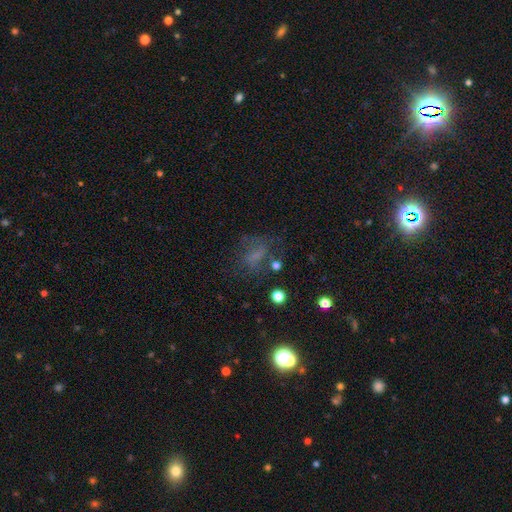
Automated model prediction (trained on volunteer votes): A smooth galaxy with no disk features (44%). Merging: none (51%).